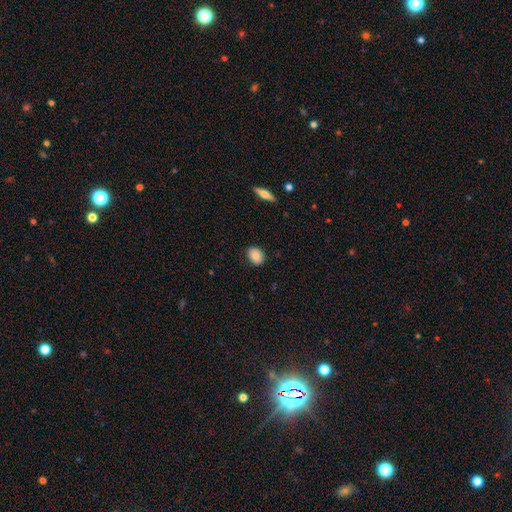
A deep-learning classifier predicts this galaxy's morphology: A smooth galaxy with no disk features (83%) that is in between round and cigar-shaped (50%). Merging: none (87%).